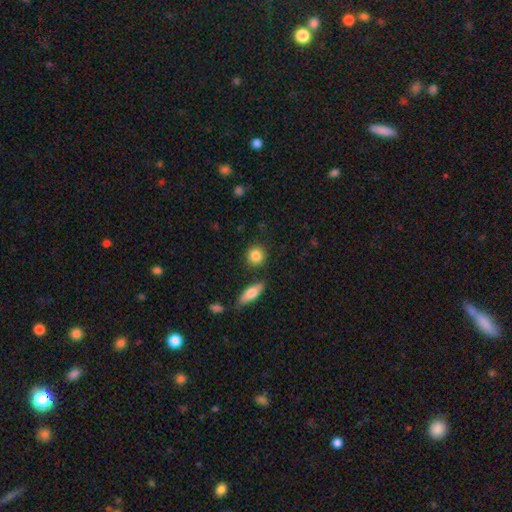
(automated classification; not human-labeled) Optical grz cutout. It shows a smooth galaxy with no disk features (85%) that is round (82%). Merging: none (84%).